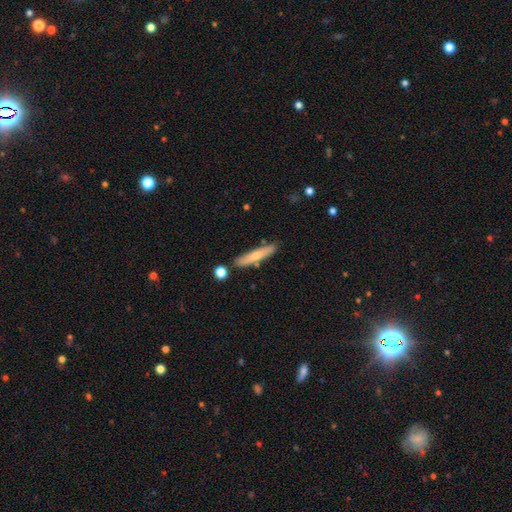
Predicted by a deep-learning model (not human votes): Smooth or featured: smooth — 63% (featured or disk — 31%)
How rounded: cigar-shaped — 89% (in between — 10%)
Merging: none — 81% (minor disturbance — 12%)